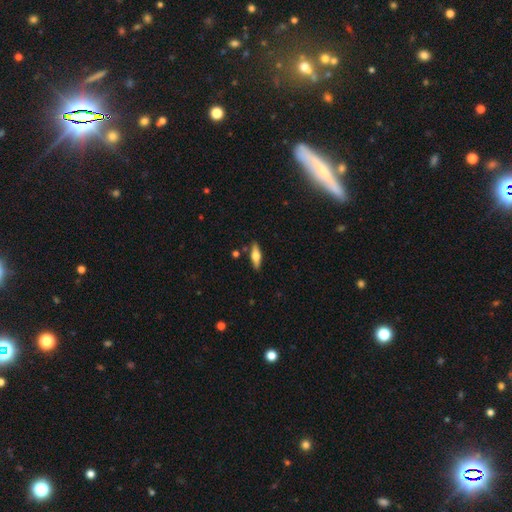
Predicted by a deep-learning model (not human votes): A smooth galaxy with no disk features (49%).

Vote fractions:
- Smooth or featured? smooth: 49% / featured or disk: 45% / star or artifact: 6%
- Merging? none: 85% / minor disturbance: 9% / merger: 3% / major disturbance: 2%